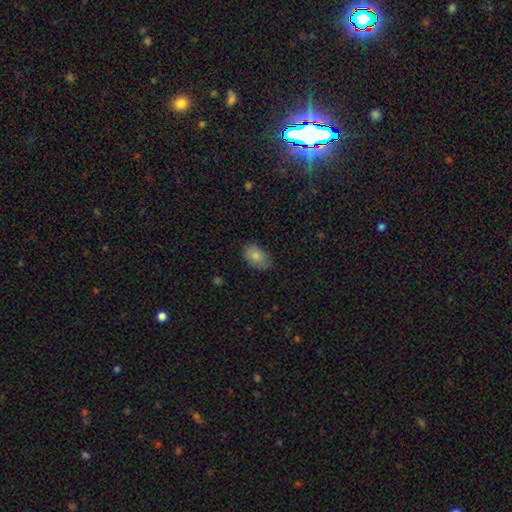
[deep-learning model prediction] A smooth galaxy with no disk features (81%) that is in between round and cigar-shaped (89%). Merging: none (75%).